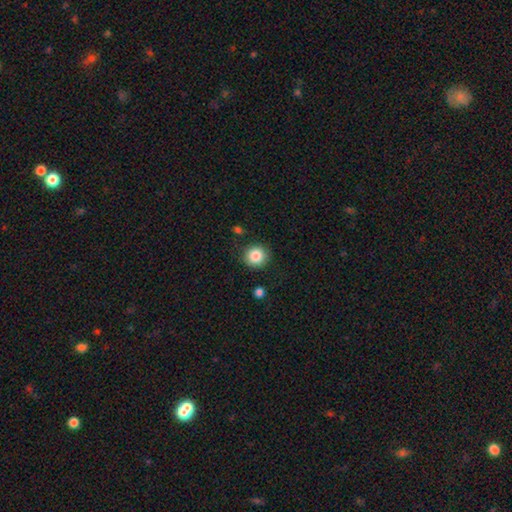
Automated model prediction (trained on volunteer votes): Smooth or featured? Predicted: smooth (p=0.86). How rounded? Predicted: round (p=0.93). Merging? Predicted: none (p=0.89).